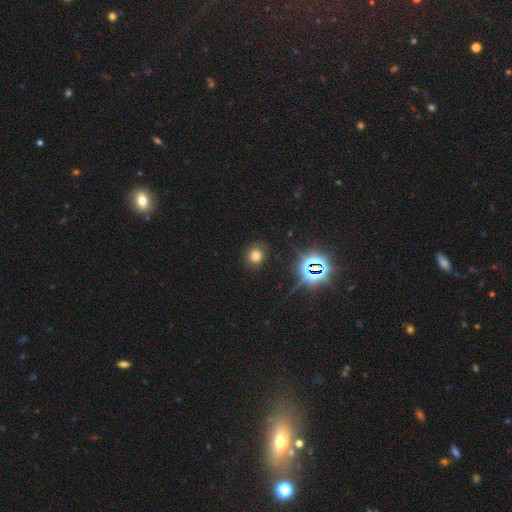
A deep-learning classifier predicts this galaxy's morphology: A smooth galaxy with no disk features (69%) that is round (81%).

Vote fractions:
- Smooth or featured? smooth: 69% / star or artifact: 23% / featured or disk: 8%
- How rounded? round: 81% / in between: 18% / cigar-shaped: 1%
- Merging? none: 85% / minor disturbance: 10% / major disturbance: 4% / merger: 1%